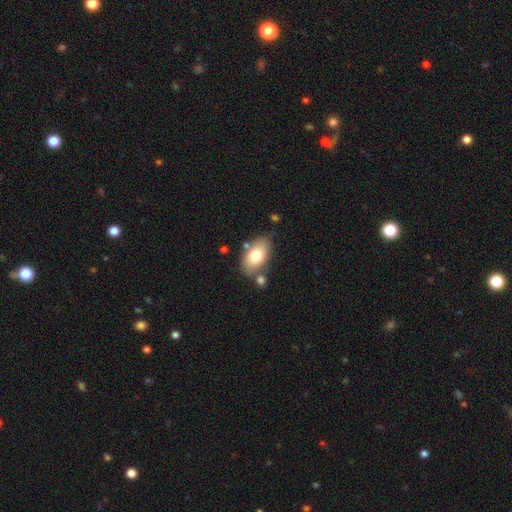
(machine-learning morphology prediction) smooth 75%, featured or disk 18%, star or artifact 7%. Down the decision tree: how rounded — in between (93%); merging — none (72%).